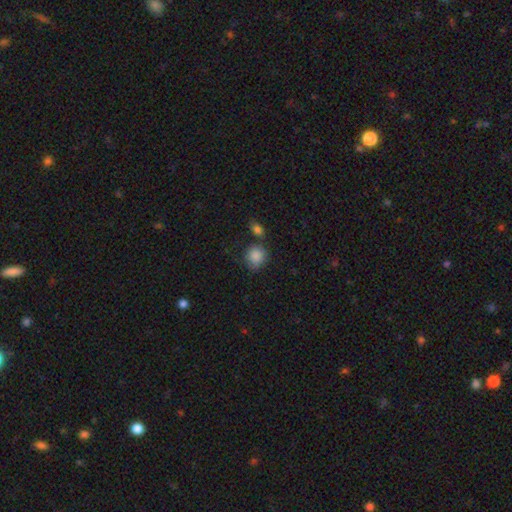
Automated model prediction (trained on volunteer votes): Smooth or featured?
  - smooth: 87% *
  - star or artifact: 8%
  - featured or disk: 5%
How rounded?
  - round: 76% *
  - in between: 23%
  - cigar-shaped: 1%
Merging?
  - none: 64% *
  - minor disturbance: 20%
  - merger: 10%
  - major disturbance: 6%